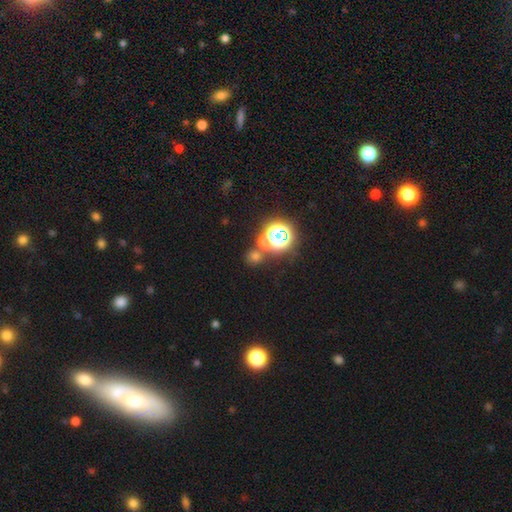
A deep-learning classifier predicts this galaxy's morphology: A smooth galaxy with no disk features (54%) that is round (85%).

Vote fractions:
- Smooth or featured? smooth: 54% / star or artifact: 39% / featured or disk: 7%
- How rounded? round: 85% / in between: 13% / cigar-shaped: 1%
- Merging? none: 68% / merger: 21% / minor disturbance: 7% / major disturbance: 4%